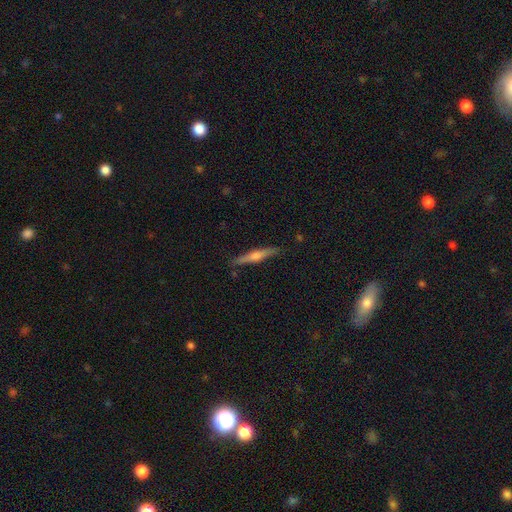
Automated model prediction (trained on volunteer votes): Smooth or featured: featured or disk — 69% (smooth — 25%)
Edge-on disk: yes — 98% (no — 2%)
Edge-on bulge: rounded — 84% (boxy — 9%)
Merging: none — 89% (minor disturbance — 8%)